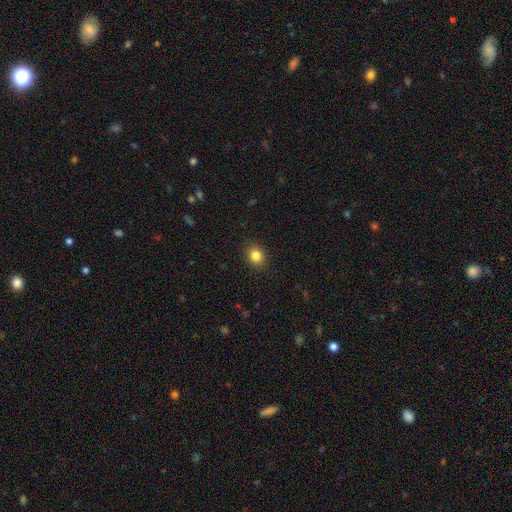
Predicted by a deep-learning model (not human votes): A smooth galaxy with no disk features (84%) that is round (60%). Merging: none (88%).